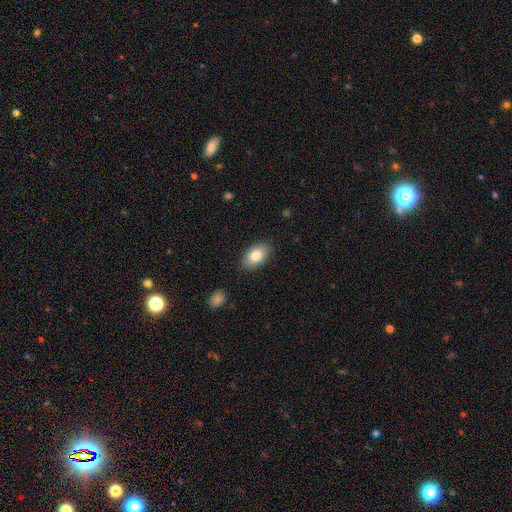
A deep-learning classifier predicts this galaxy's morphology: type=smooth (81%); roundness=in between (93%); merging=none (87%).